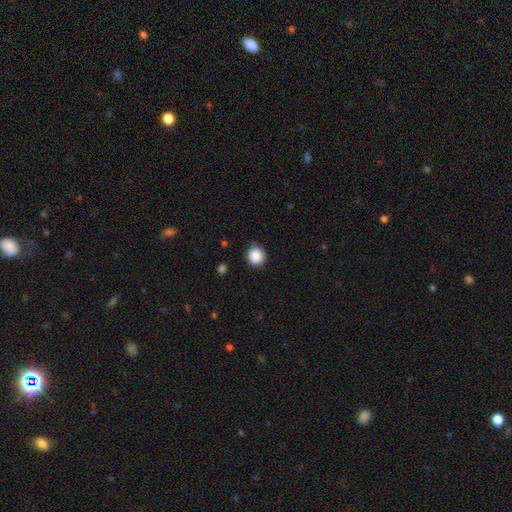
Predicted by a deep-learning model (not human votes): smooth 88%, star or artifact 9%, featured or disk 3%. Down the decision tree: how rounded — round (88%); merging — none (82%).